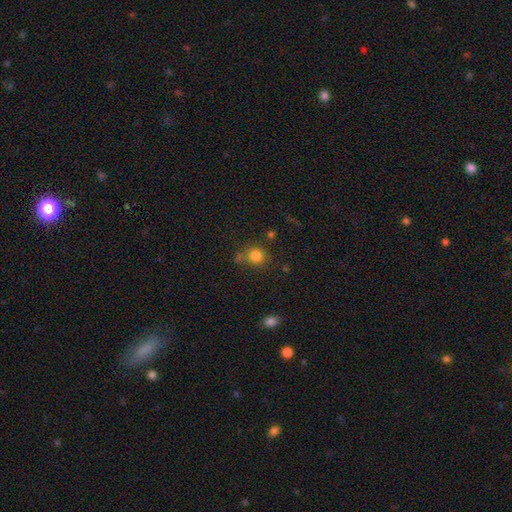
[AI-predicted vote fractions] smooth_or_featured: smooth (p=0.81) [alt: star or artifact p=0.13]
how_rounded: round (p=0.85) [alt: in between p=0.14]
merging: none (p=0.66) [alt: merger p=0.15]